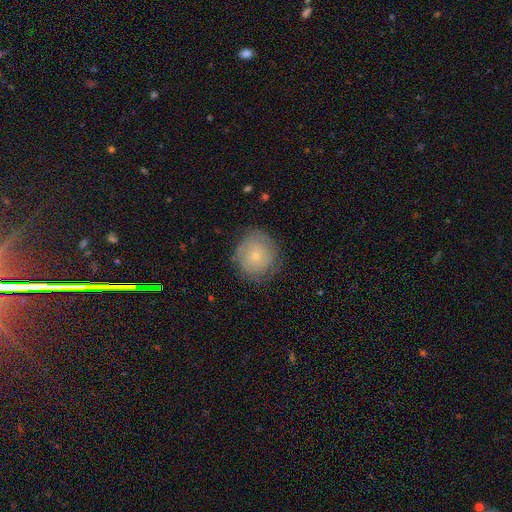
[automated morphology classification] smooth 53%, featured or disk 38%, star or artifact 8%. Down the decision tree: how rounded — round (88%); merging — none (75%).